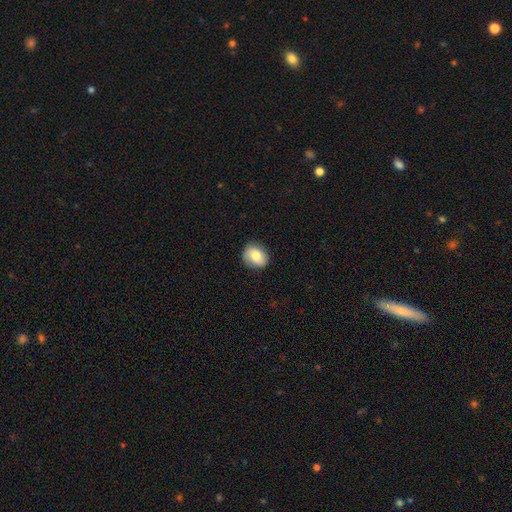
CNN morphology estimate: smooth-or-featured: smooth: 76% | featured or disk: 16% | star or artifact: 8%
  how-rounded: round: 51% | in between: 48% | cigar-shaped: 1%
  merging: none: 79% | minor disturbance: 17% | major disturbance: 4% | merger: 1%